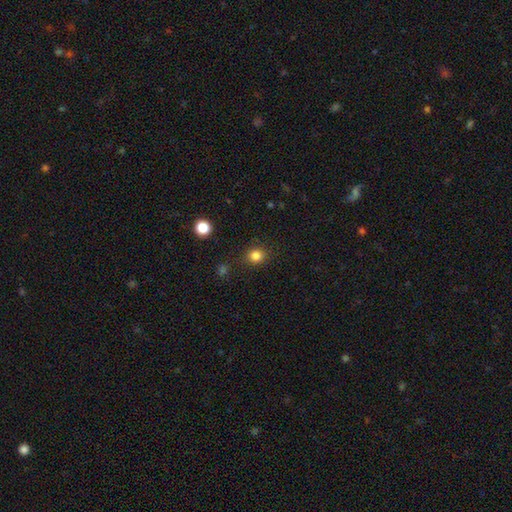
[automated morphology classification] Smooth or featured?
  - smooth: 83% *
  - star or artifact: 13%
  - featured or disk: 4%
How rounded?
  - round: 85% *
  - in between: 14%
  - cigar-shaped: 1%
Merging?
  - none: 88% *
  - minor disturbance: 8%
  - major disturbance: 3%
  - merger: 2%